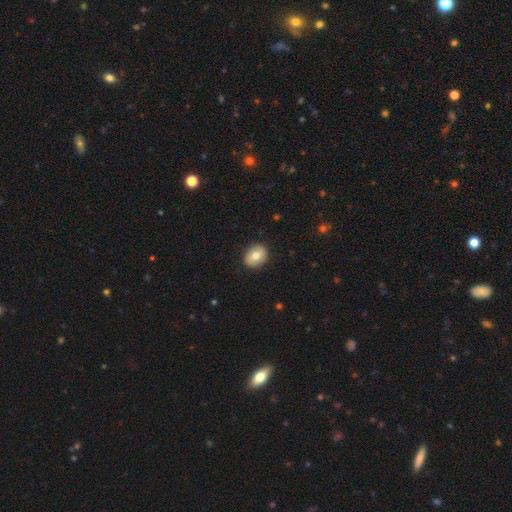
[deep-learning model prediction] Smooth or featured?
  - smooth: 78% *
  - featured or disk: 15%
  - star or artifact: 7%
How rounded?
  - in between: 53% *
  - round: 46%
  - cigar-shaped: 1%
Merging?
  - none: 89% *
  - minor disturbance: 8%
  - major disturbance: 2%
  - merger: 1%